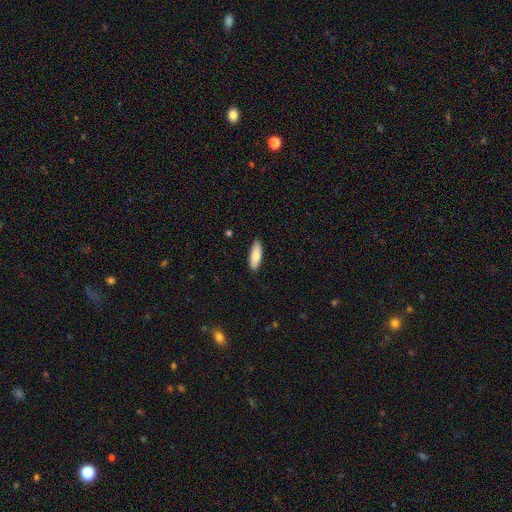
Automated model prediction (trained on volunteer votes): smooth 82%, featured or disk 12%, star or artifact 6%. Down the decision tree: how rounded — in between (67%); merging — none (89%).